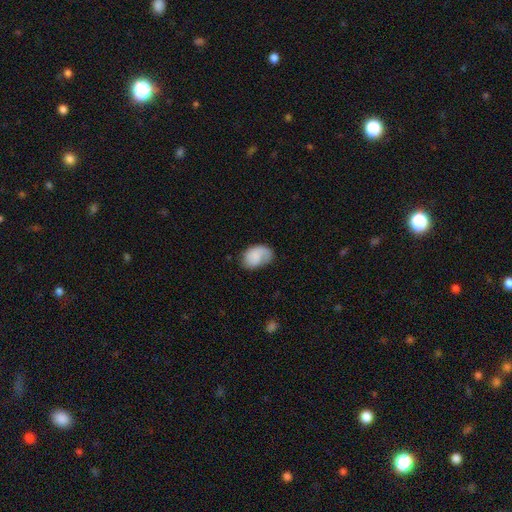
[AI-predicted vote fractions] A smooth galaxy with no disk features (70%) that is in between round and cigar-shaped (82%). Merging: none (52%).